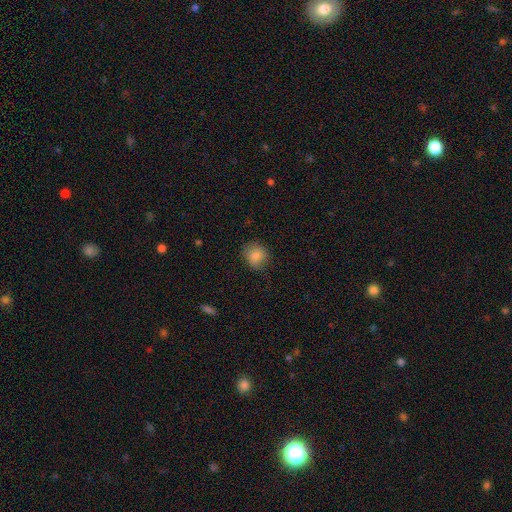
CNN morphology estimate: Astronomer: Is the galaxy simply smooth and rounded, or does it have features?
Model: smooth — 84%.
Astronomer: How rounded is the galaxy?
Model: round — 76%.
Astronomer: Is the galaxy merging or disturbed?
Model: none — 76%.